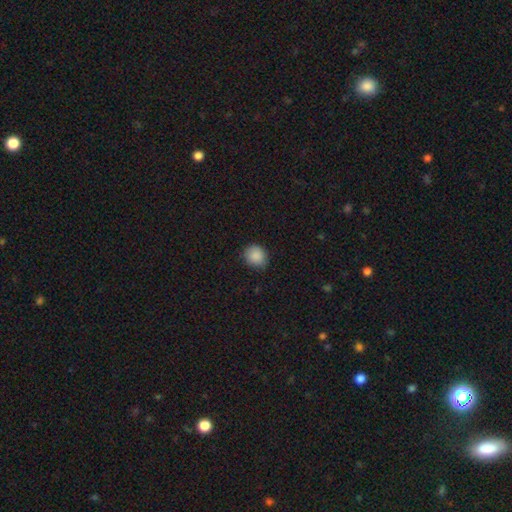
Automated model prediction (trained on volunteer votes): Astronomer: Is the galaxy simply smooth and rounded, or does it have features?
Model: smooth — 88%.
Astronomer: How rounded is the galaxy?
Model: round — 80%.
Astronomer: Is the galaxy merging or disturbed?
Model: none — 84%.